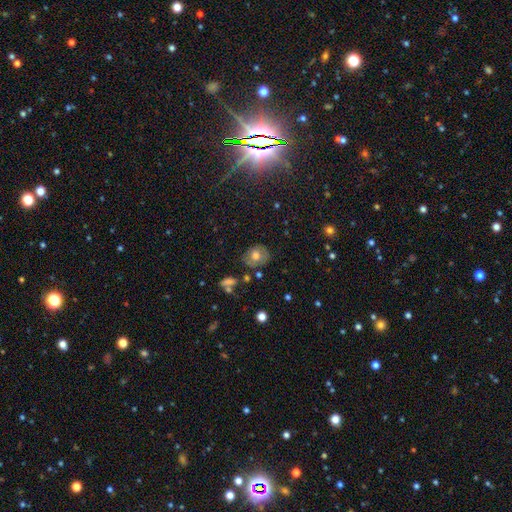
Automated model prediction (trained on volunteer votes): This is likely a smooth galaxy (63%). How rounded: possibly round (54%). Merging: likely none (71%).